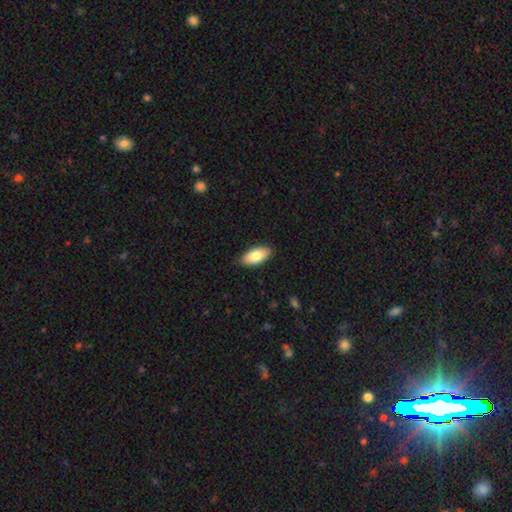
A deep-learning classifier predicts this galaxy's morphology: The model was most divided on "smooth or featured": smooth: 80%, featured or disk: 14%, star or artifact: 6%. More confident: how rounded — in between (91%); merging — none (87%).